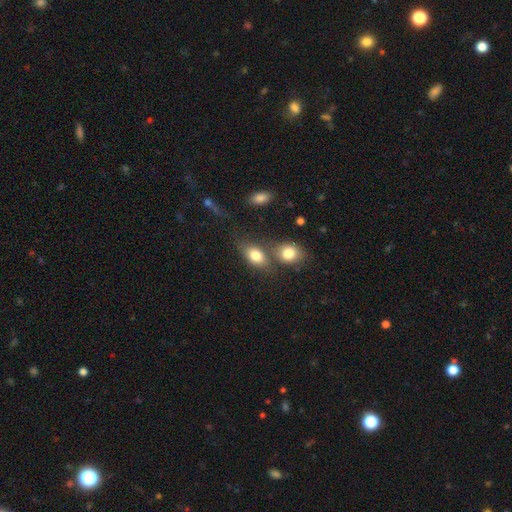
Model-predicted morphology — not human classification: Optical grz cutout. It shows a smooth galaxy with no disk features (80%) that is in between round and cigar-shaped (78%). Merging: none (46%).